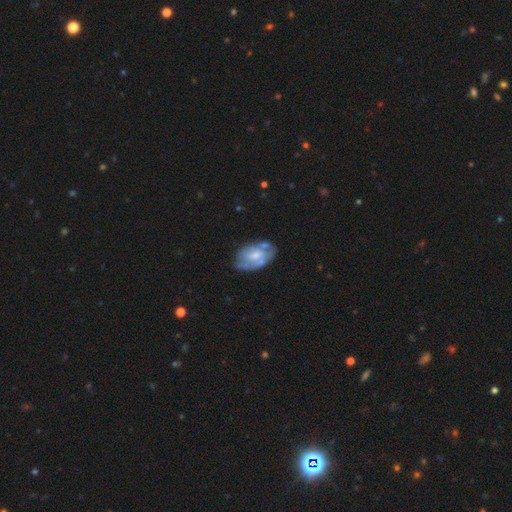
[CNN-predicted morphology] Smooth or featured? Predicted: featured or disk (p=0.54). Edge-on disk? Predicted: no (p=0.95). Bar? Predicted: no (p=0.69). Spiral arms? Predicted: no (p=0.56). Bulge size? Predicted: moderate (p=0.44). Merging? Predicted: none (p=0.53).